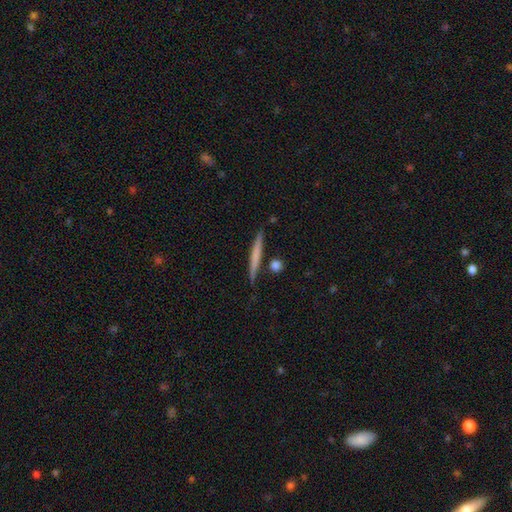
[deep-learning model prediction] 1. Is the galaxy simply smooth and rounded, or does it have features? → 56% smooth, 38% featured or disk, 6% star or artifact.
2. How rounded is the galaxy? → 95% cigar-shaped, 3% in between, 2% round.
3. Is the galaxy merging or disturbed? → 83% none, 10% minor disturbance, 4% merger, 2% major disturbance.